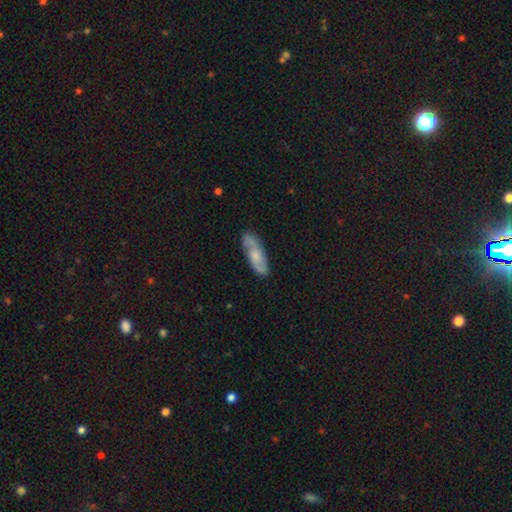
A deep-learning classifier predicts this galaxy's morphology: Smooth or featured? featured or disk (61%)
Edge-on disk? no (83%)
Bar? no (65%)
Spiral arms? yes (87%)
Bulge size? moderate (45%)
Merging? none (81%)